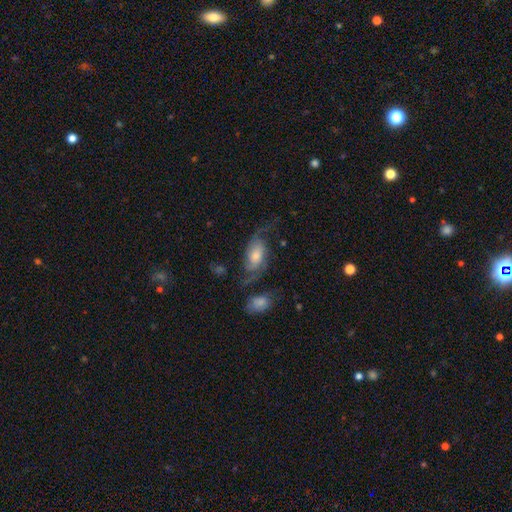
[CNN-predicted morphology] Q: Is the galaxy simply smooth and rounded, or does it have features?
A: featured or disk — 74%.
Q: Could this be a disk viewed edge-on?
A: no — 95%.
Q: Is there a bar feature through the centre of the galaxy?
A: no — 57%.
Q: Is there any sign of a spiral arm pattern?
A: yes — 93%.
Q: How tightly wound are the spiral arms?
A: loose — 53%.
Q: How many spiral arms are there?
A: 2 — 87%.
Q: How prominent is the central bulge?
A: moderate — 46%.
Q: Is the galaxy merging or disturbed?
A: none — 53%.